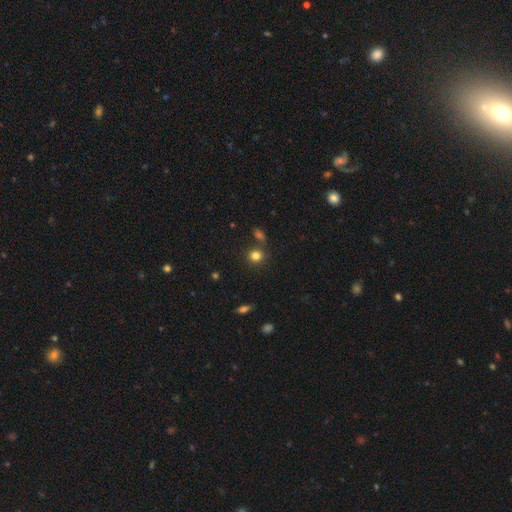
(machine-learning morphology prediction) Overall: smooth (80%). How rounded: round (83%). Merging: none (76%).